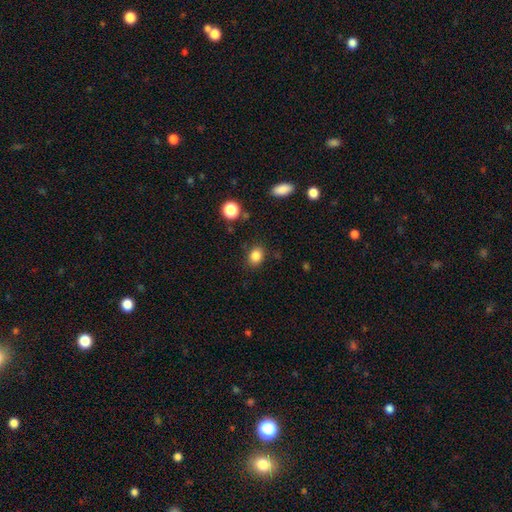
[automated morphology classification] This appears to be a smooth galaxy with no disk features (85%) that is in between round and cigar-shaped (52%). Merging: none (84%).